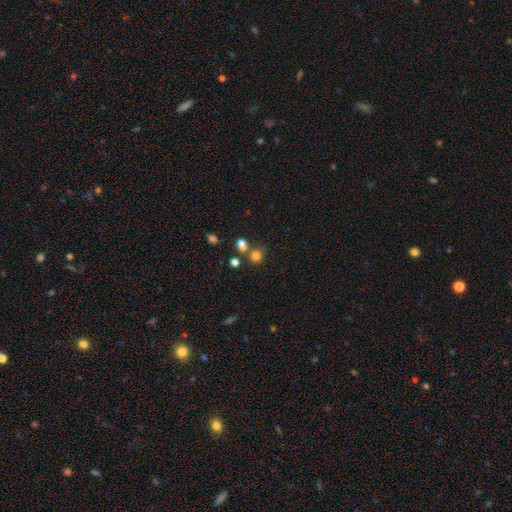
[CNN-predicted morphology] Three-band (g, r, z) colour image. It shows a smooth galaxy with no disk features (76%) that is round (81%). Merging: none (56%).